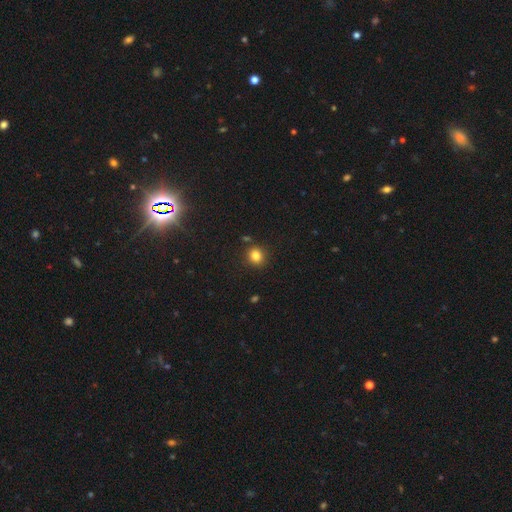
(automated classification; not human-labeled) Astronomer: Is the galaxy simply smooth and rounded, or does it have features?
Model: smooth — 82%.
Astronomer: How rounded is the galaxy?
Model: round — 81%.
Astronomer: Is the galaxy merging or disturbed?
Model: none — 86%.